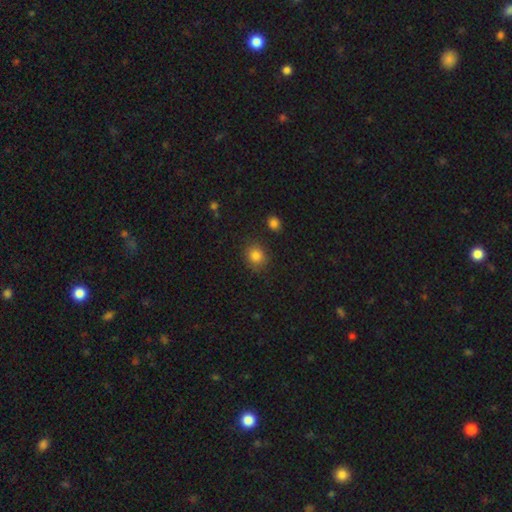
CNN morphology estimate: This appears to be a smooth galaxy with no disk features (84%) that is round (75%). Merging: none (83%).